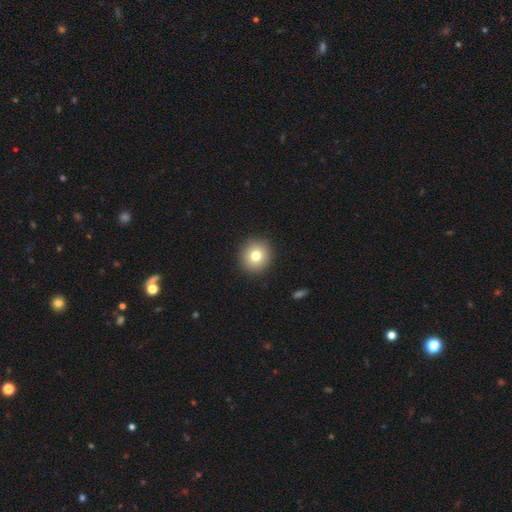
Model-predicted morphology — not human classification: type=smooth (78%); roundness=round (92%); merging=none (92%).